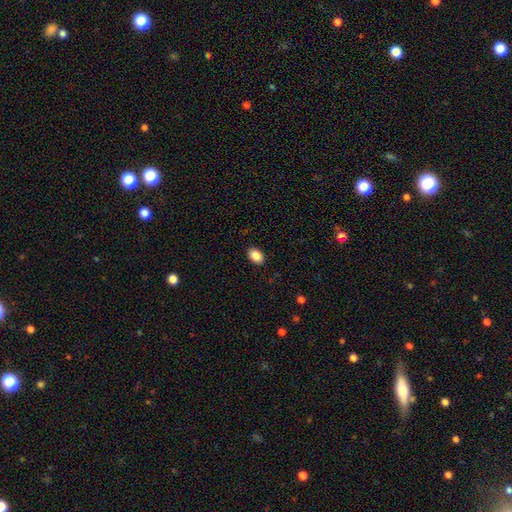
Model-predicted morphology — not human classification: smooth_or_featured: smooth (p=0.88) [alt: star or artifact p=0.08]
how_rounded: in between (p=0.84) [alt: round p=0.15]
merging: none (p=0.90) [alt: minor disturbance p=0.07]